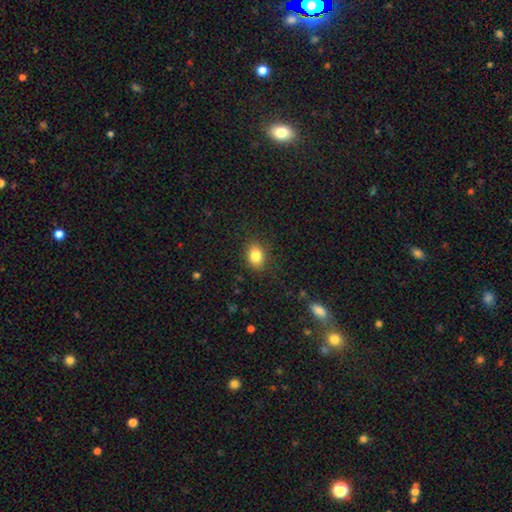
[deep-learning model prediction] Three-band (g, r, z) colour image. It shows a smooth galaxy with no disk features (83%) that is in between round and cigar-shaped (62%). Merging: none (86%).